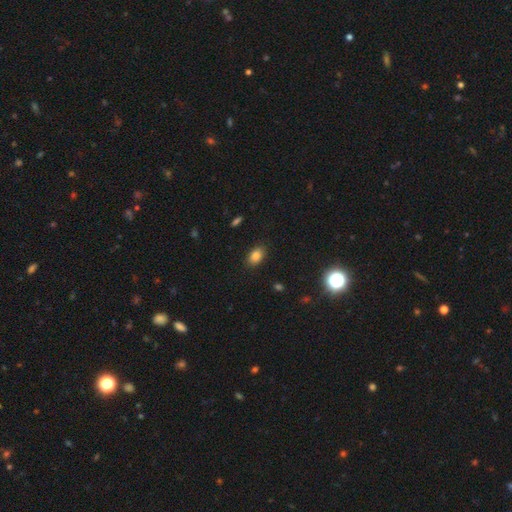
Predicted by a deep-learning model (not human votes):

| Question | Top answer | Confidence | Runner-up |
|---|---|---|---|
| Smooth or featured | smooth | 84% | star or artifact (10%) |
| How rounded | in between | 87% | round (12%) |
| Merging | none | 87% | minor disturbance (9%) |